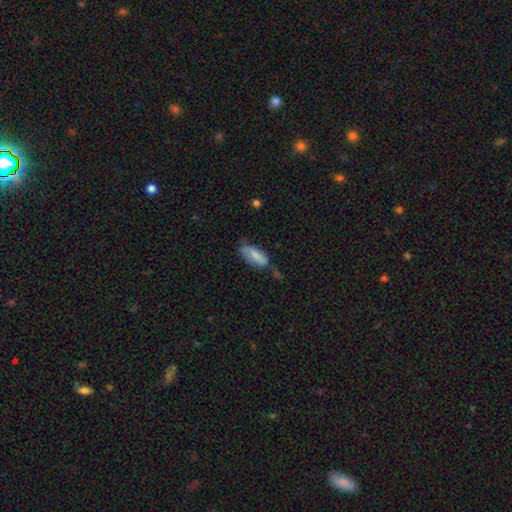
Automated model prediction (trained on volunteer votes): Smooth or featured? smooth (75%)
How rounded? in between (78%)
Merging? none (49%)